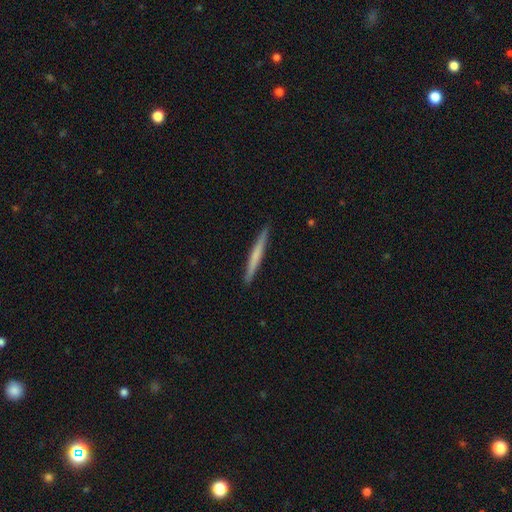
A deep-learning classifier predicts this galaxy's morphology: smooth-or-featured: smooth: 56% | featured or disk: 39% | star or artifact: 5%
  how-rounded: cigar-shaped: 97% | in between: 2% | round: 1%
  merging: none: 92% | minor disturbance: 6% | major disturbance: 1% | merger: 1%